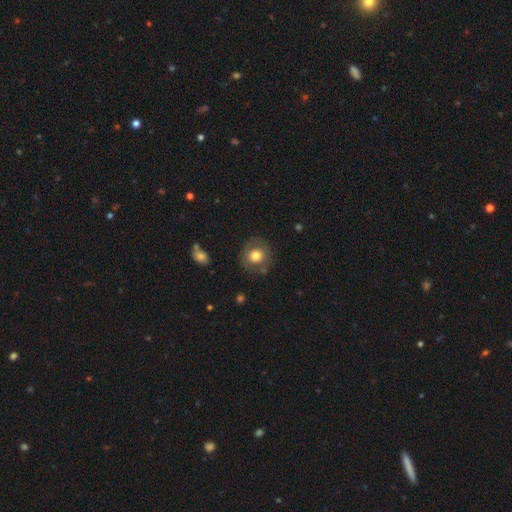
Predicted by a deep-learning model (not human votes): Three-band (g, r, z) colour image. It shows a smooth galaxy with no disk features (72%) that is round (88%). Merging: none (81%).